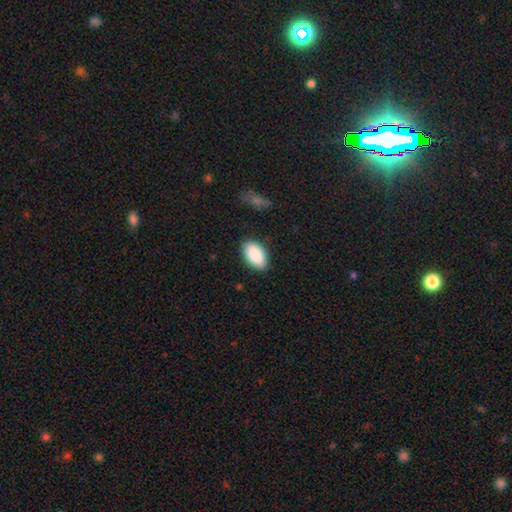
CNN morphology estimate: type=smooth (90%); roundness=in between (94%); merging=none (84%).